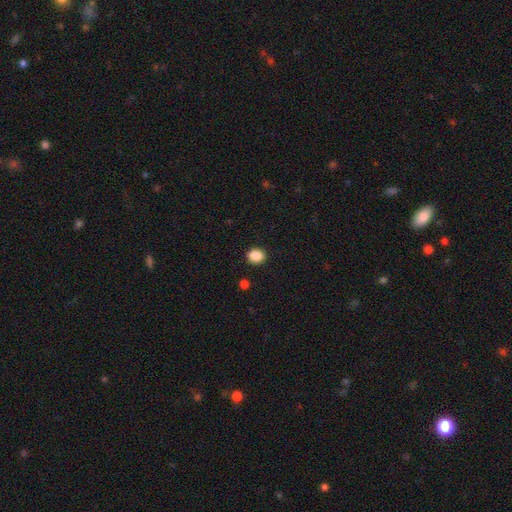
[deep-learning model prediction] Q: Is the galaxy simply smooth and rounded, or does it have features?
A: smooth — 88%.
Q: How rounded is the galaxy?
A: round — 65%.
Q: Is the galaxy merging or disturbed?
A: none — 91%.